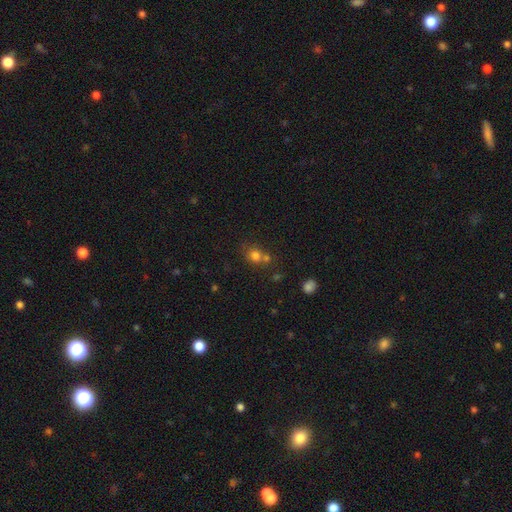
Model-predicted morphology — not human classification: Overall: smooth (75%). How rounded: round (78%). Merging: none (50%; merger 36%).